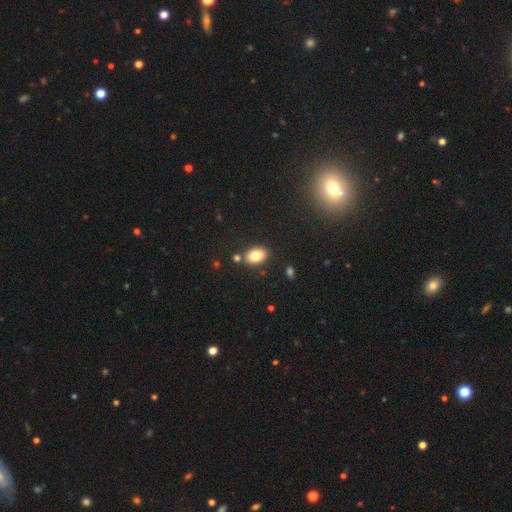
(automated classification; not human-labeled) Overall: smooth (81%). How rounded: in between (83%). Merging: none (82%).